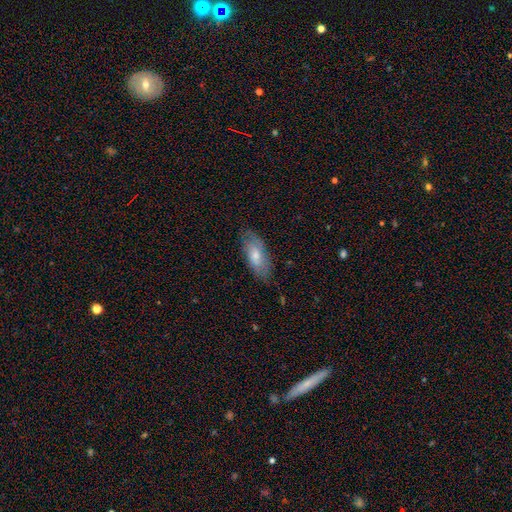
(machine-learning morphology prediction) A smooth galaxy with no disk features (67%) that is in between round and cigar-shaped (85%). Merging: none (74%).